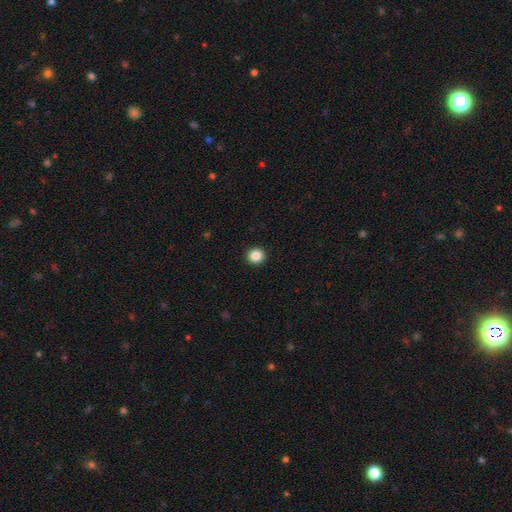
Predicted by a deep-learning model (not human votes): Morphology: type=smooth (86%); roundness=round (93%); merging=none (94%).